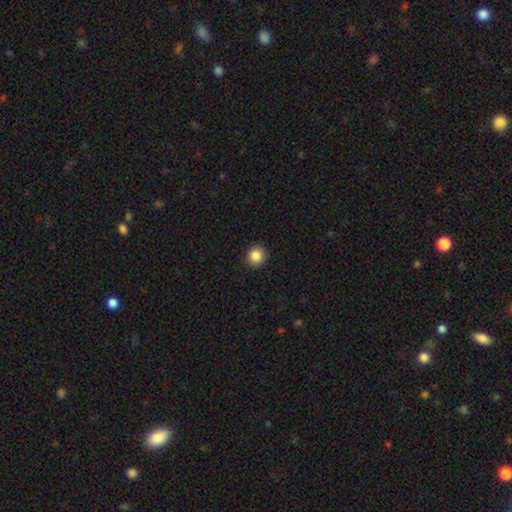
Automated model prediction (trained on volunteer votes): smooth-or-featured: smooth: 86% | star or artifact: 9% | featured or disk: 5%
  how-rounded: round: 85% | in between: 15% | cigar-shaped: 1%
  merging: none: 91% | minor disturbance: 6% | major disturbance: 2% | merger: 1%